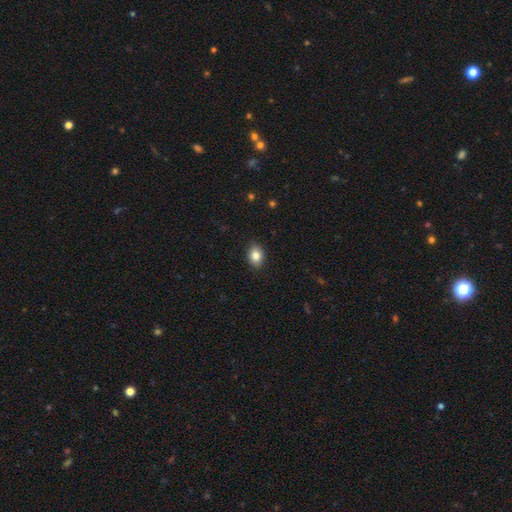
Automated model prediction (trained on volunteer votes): Q: Smooth or featured?
A: smooth (84%); runner-up: star or artifact (9%)
Q: How rounded?
A: in between (72%); runner-up: round (27%)
Q: Merging?
A: none (89%); runner-up: minor disturbance (8%)